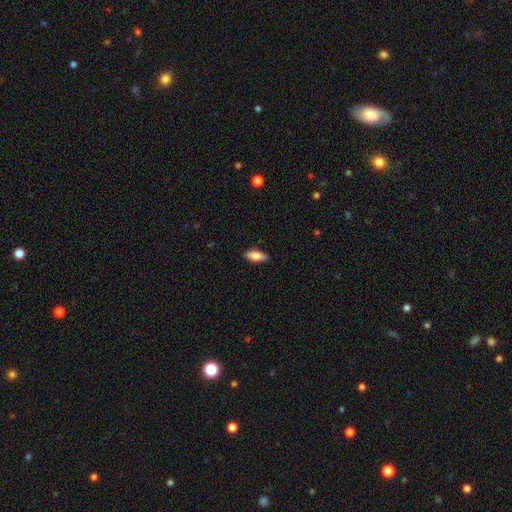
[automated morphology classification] smooth-or-featured: smooth: 75% | featured or disk: 19% | star or artifact: 6%
  how-rounded: in between: 70% | cigar-shaped: 28% | round: 2%
  merging: none: 86% | minor disturbance: 10% | major disturbance: 2% | merger: 1%